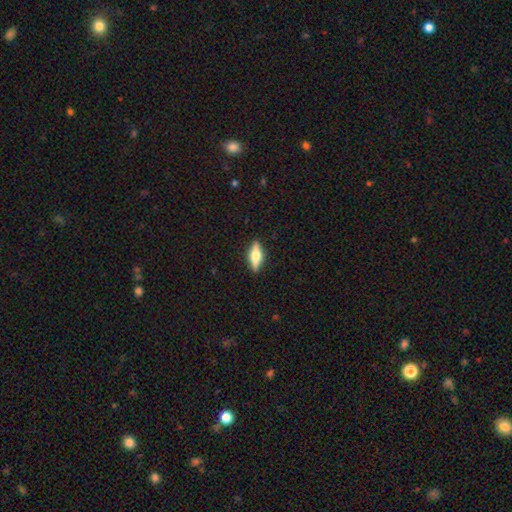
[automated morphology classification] type=featured or disk (50%); merging=none (89%).